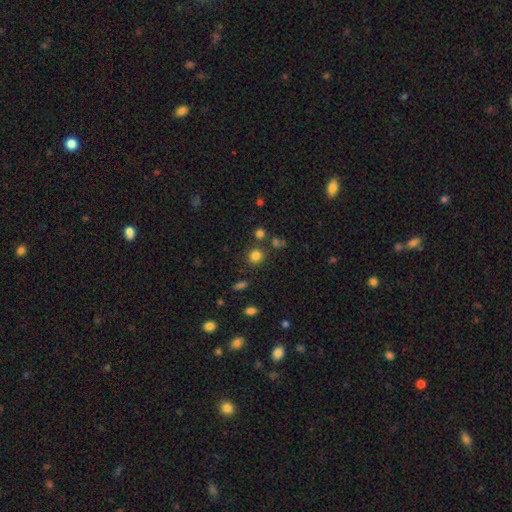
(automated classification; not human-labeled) Overall: smooth (81%). How rounded: round (88%). Merging: none (81%).